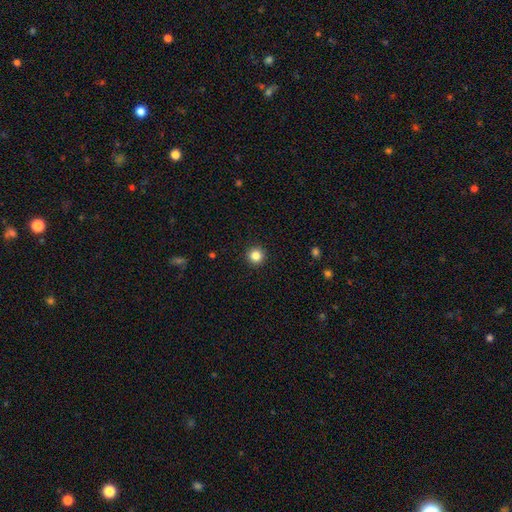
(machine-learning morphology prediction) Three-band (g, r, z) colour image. It shows a smooth galaxy with no disk features (84%) that is round (96%). Merging: none (93%).